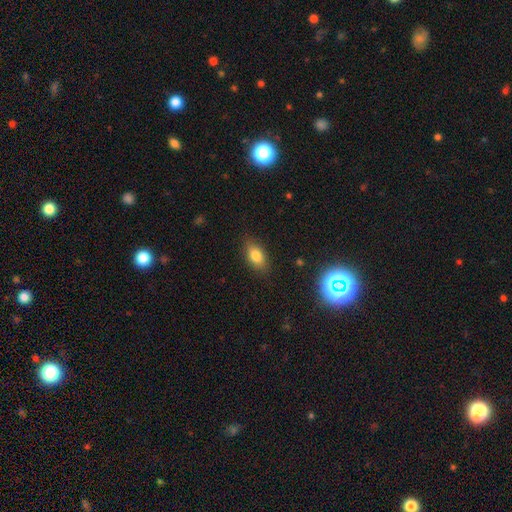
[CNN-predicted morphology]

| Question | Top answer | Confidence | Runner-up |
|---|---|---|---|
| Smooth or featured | smooth | 80% | featured or disk (10%) |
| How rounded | in between | 86% | round (9%) |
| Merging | none | 84% | minor disturbance (12%) |